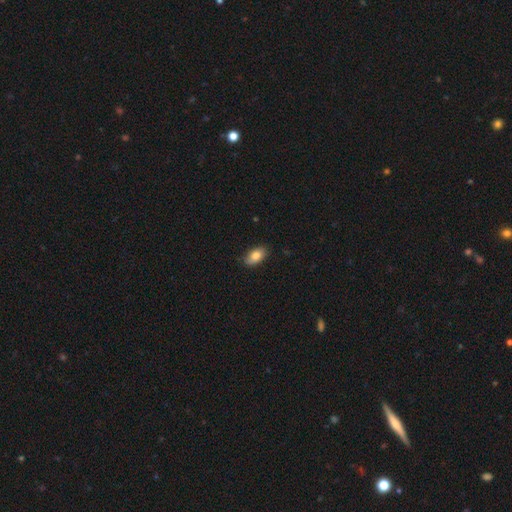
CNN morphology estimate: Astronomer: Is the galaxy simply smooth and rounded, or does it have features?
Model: smooth — 83%.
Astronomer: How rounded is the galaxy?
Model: in between — 92%.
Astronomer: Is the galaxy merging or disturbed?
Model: none — 84%.